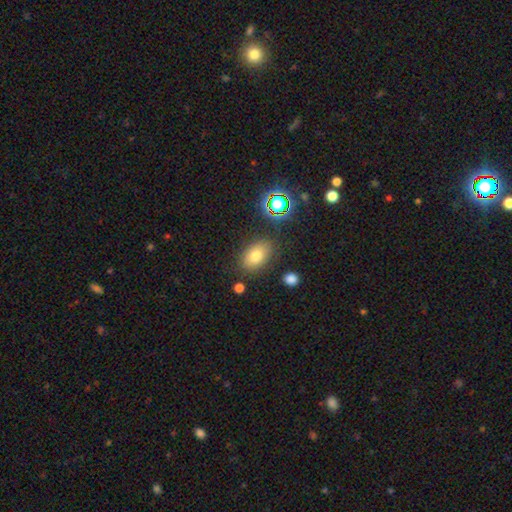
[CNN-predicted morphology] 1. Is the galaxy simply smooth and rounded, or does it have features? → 74% smooth, 15% star or artifact, 11% featured or disk.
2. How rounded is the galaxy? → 83% in between, 15% round, 2% cigar-shaped.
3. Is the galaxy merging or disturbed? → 80% none, 12% minor disturbance, 4% major disturbance, 3% merger.